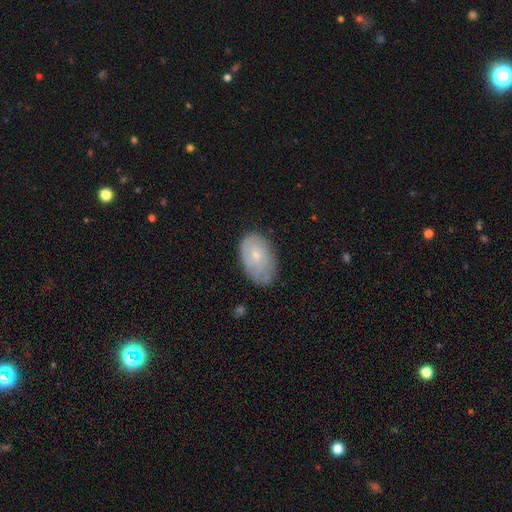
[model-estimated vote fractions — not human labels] This appears to be a smooth galaxy with no disk features (52%) that is in between round and cigar-shaped (90%). Merging: none (63%).